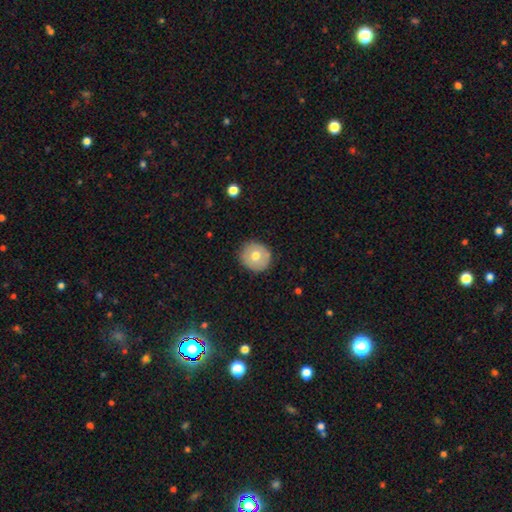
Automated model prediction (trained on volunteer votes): smooth 64%, featured or disk 29%, star or artifact 7%. Down the decision tree: how rounded — round (92%); merging — none (88%).